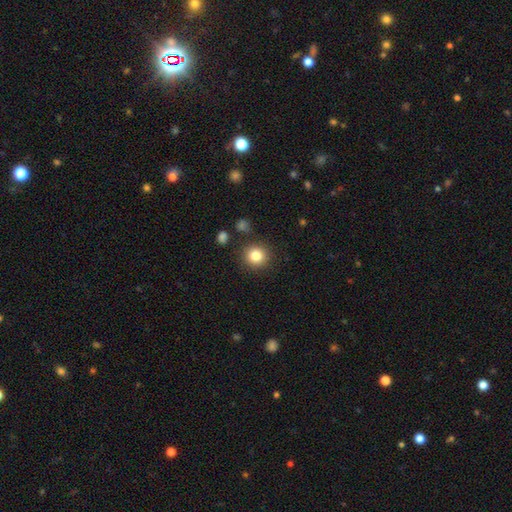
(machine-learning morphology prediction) This is clearly a smooth galaxy (83%). How rounded: clearly round (92%). Merging: clearly none (87%).